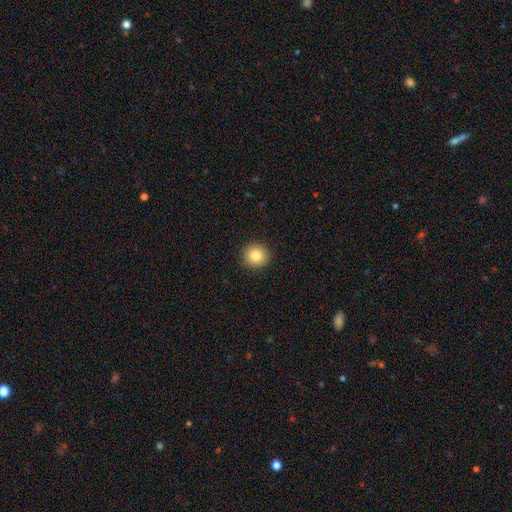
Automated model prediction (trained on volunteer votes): Overall: smooth (84%). How rounded: round (93%). Merging: none (92%).